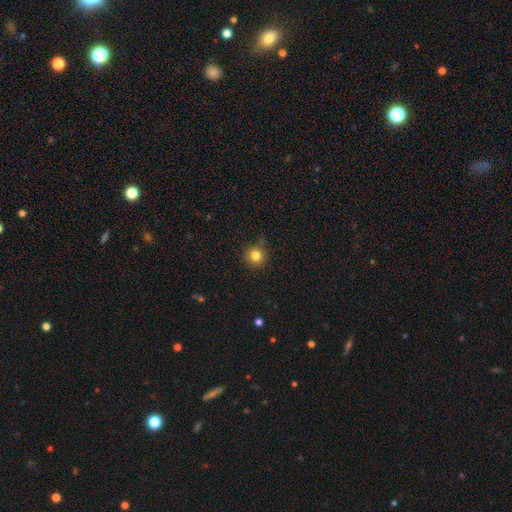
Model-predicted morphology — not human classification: A smooth galaxy with no disk features (82%) that is round (93%). Merging: none (81%).